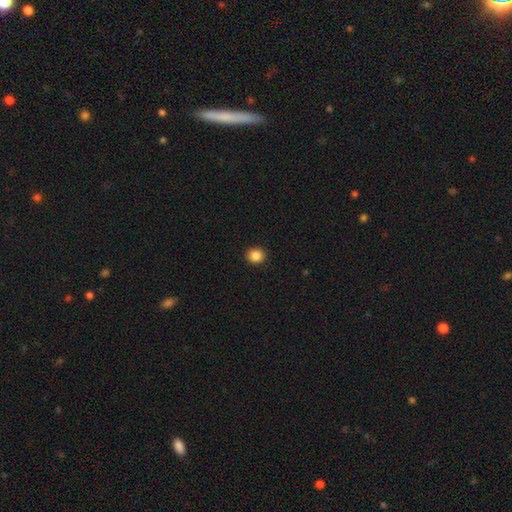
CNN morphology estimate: A smooth galaxy with no disk features (86%) that is round (82%).

Vote fractions:
- Smooth or featured? smooth: 86% / star or artifact: 10% / featured or disk: 4%
- How rounded? round: 82% / in between: 17% / cigar-shaped: 1%
- Merging? none: 92% / minor disturbance: 5% / major disturbance: 2% / merger: 1%